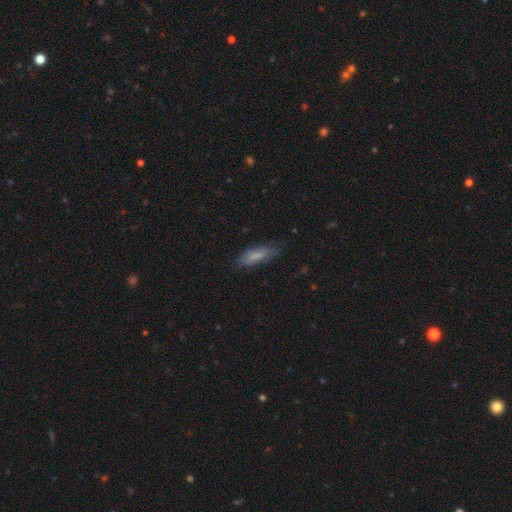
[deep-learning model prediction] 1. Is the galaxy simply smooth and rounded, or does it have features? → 73% smooth, 19% featured or disk, 8% star or artifact.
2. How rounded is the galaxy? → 51% cigar-shaped, 47% in between, 2% round.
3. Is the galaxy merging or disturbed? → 71% none, 21% minor disturbance, 6% major disturbance, 2% merger.